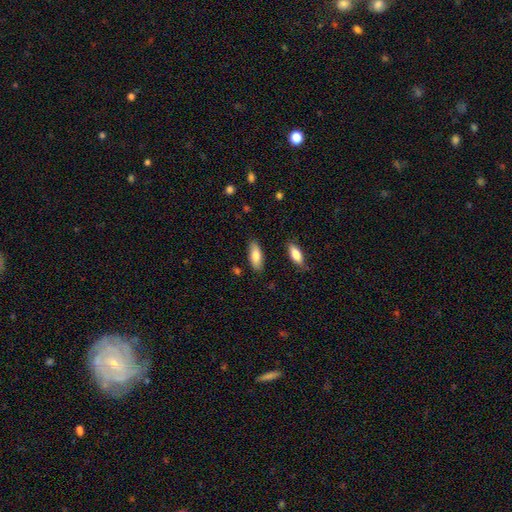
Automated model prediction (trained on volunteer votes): smooth_or_featured: smooth (p=0.81) [alt: featured or disk p=0.13]
how_rounded: in between (p=0.75) [alt: cigar-shaped p=0.24]
merging: none (p=0.83) [alt: minor disturbance p=0.12]